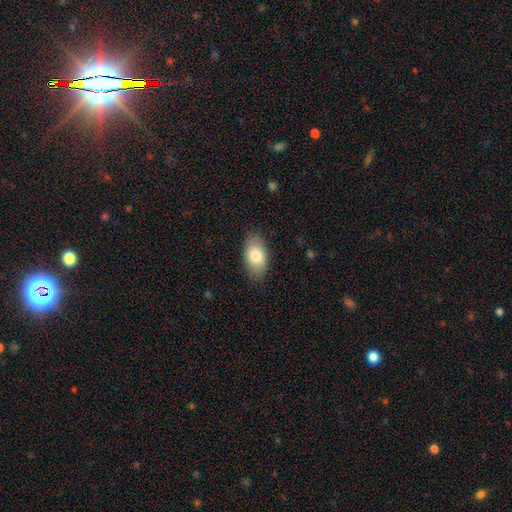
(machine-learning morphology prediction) smooth 81%, featured or disk 12%, star or artifact 6%. Down the decision tree: how rounded — in between (93%); merging — none (82%).